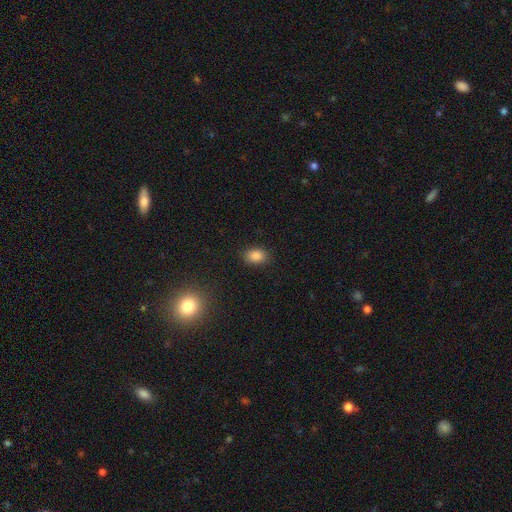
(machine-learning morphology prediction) smooth-or-featured: smooth: 85% | star or artifact: 11% | featured or disk: 4%
  how-rounded: in between: 76% | round: 23% | cigar-shaped: 1%
  merging: none: 87% | minor disturbance: 9% | major disturbance: 3% | merger: 1%